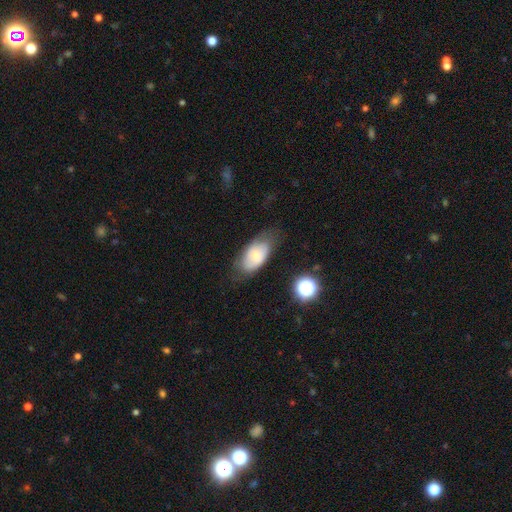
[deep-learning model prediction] A smooth galaxy with no disk features (60%) that is in between round and cigar-shaped (91%). Merging: none (61%).